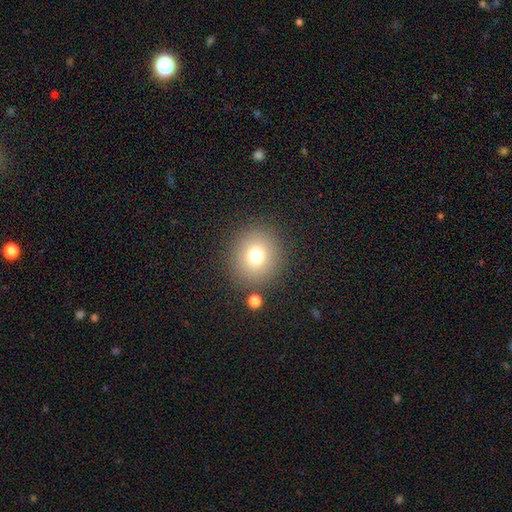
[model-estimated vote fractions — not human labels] smooth-or-featured: smooth: 75% | star or artifact: 14% | featured or disk: 11%
  how-rounded: round: 88% | in between: 11% | cigar-shaped: 1%
  merging: none: 86% | minor disturbance: 8% | merger: 3% | major disturbance: 3%